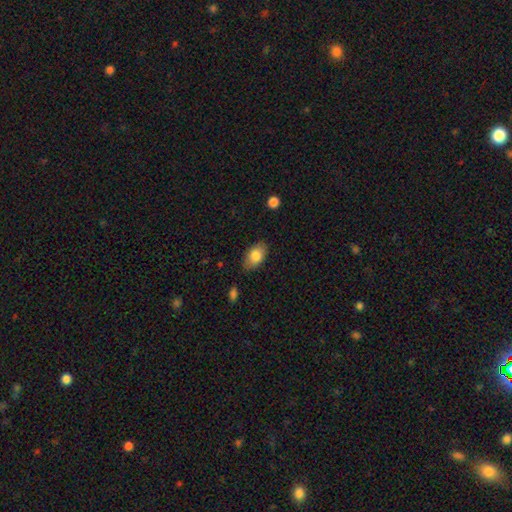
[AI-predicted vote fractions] This appears to be a smooth galaxy with no disk features (82%) that is in between round and cigar-shaped (91%). Merging: none (82%).